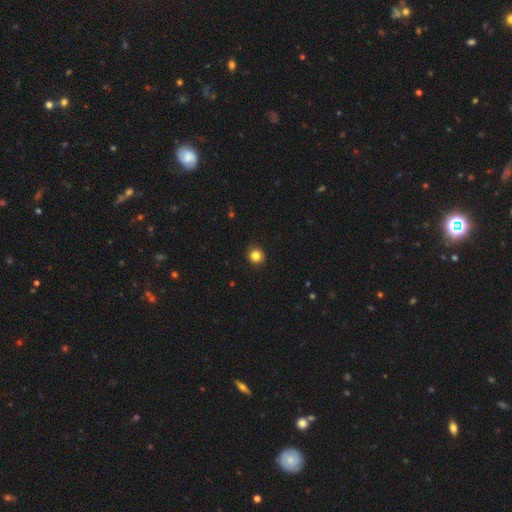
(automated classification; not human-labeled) Smooth or featured? smooth (84%)
How rounded? round (94%)
Merging? none (92%)